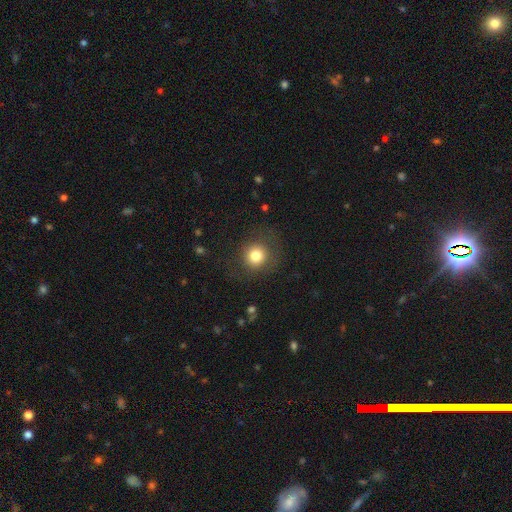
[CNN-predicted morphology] This appears to be a smooth galaxy with no disk features (79%) that is round (89%). Merging: none (80%).